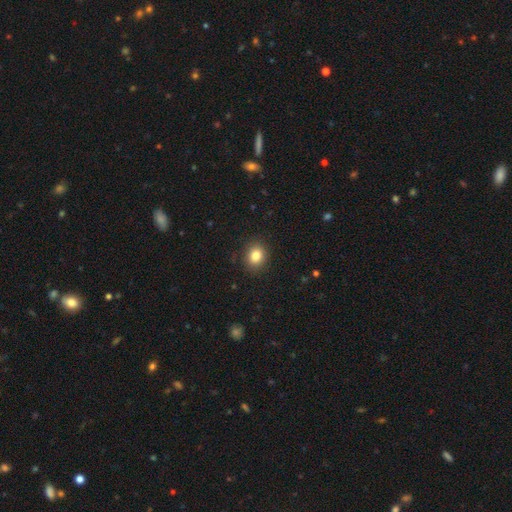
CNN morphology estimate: This is clearly a smooth galaxy (84%). How rounded: likely round (64%). Merging: clearly none (89%).